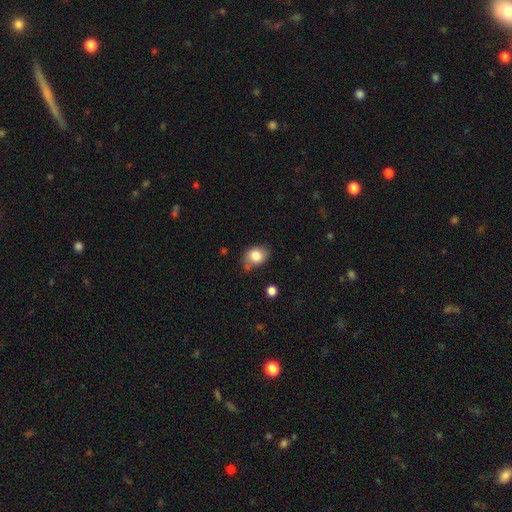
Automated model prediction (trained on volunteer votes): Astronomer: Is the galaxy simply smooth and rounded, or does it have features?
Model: smooth — 82%.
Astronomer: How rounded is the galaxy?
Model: in between — 59% (runner-up: round, 40%).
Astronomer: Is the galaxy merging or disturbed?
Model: none — 61%.